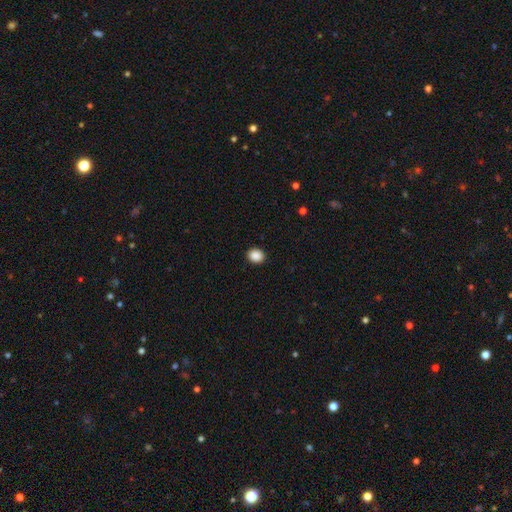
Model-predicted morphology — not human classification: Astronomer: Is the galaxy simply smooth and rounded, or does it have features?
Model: smooth — 89%.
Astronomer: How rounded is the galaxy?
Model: round — 63%.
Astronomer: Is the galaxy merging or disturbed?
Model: none — 92%.